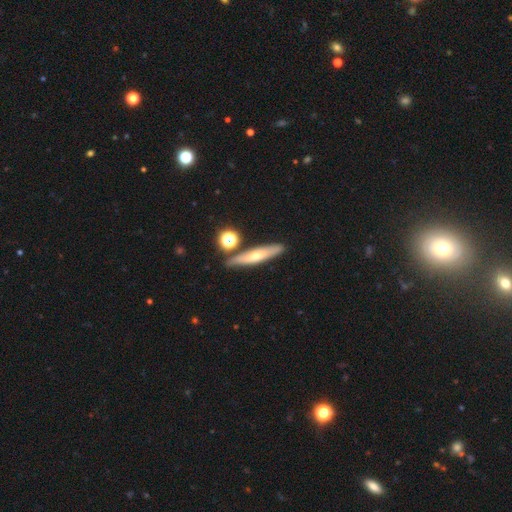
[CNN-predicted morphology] Smooth or featured?
  - featured or disk: 46% *
  - smooth: 45%
  - star or artifact: 9%
Merging?
  - none: 79% *
  - minor disturbance: 11%
  - merger: 8%
  - major disturbance: 3%